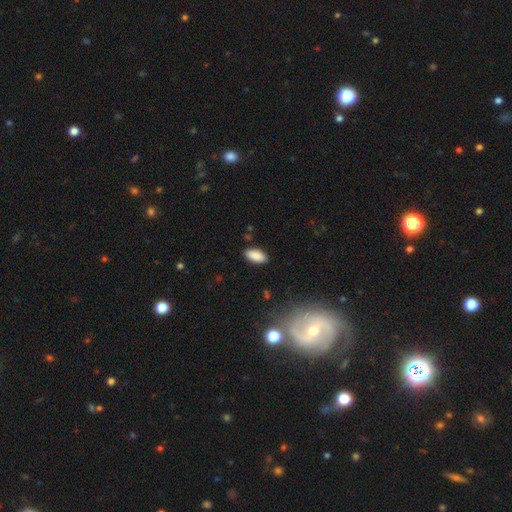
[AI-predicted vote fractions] A smooth galaxy with no disk features (88%) that is in between round and cigar-shaped (91%). Merging: none (86%).